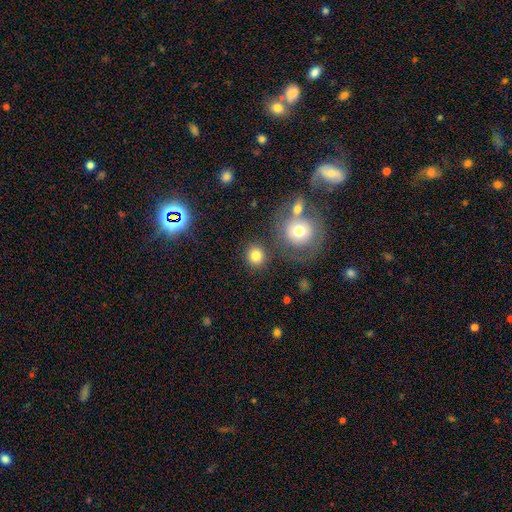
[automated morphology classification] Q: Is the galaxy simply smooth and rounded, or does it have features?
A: smooth — 80%.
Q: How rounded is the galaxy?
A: round — 88%.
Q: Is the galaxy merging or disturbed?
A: none — 78%.